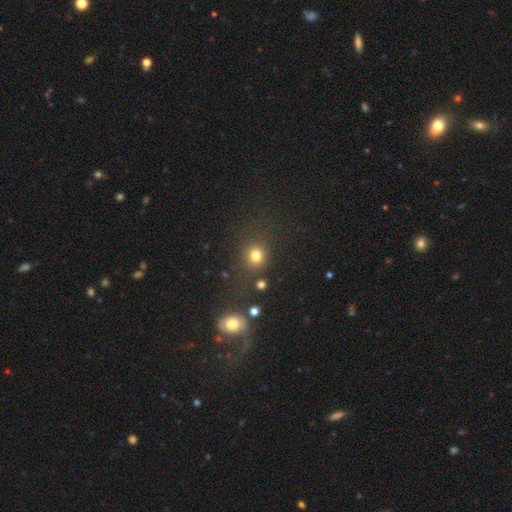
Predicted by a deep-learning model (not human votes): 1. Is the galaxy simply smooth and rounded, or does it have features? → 78% smooth, 15% star or artifact, 6% featured or disk.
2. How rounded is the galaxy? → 87% round, 12% in between, 1% cigar-shaped.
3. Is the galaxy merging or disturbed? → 77% none, 10% minor disturbance, 7% merger, 6% major disturbance.